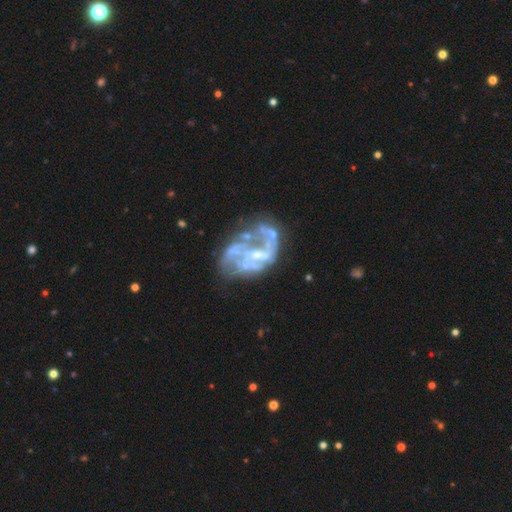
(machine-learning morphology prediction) Smooth or featured? Predicted: featured or disk (p=0.82). Edge-on disk? Predicted: no (p=0.98). Bar? Predicted: no (p=0.61). Spiral arms? Predicted: yes (p=0.58). Bulge size? Predicted: small (p=0.42). Merging? Predicted: none (p=0.37).